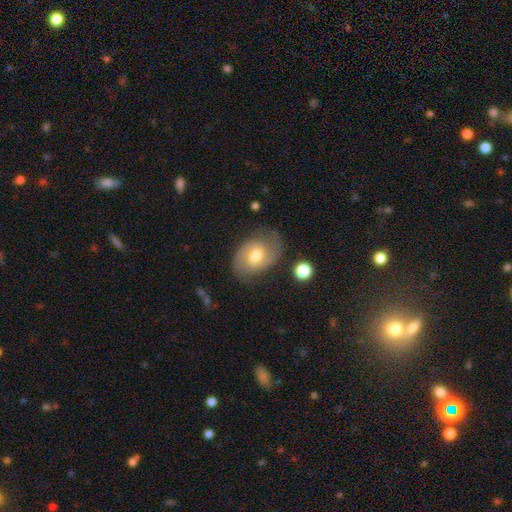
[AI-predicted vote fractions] featured or disk 75%, smooth 19%, star or artifact 7%. Down the decision tree: edge-on disk — no (97%); bar — no (48%); spiral arms — yes (92%); spiral arm count — 2 (87%); spiral winding — medium (51%); bulge size — moderate (70%); merging — none (73%).